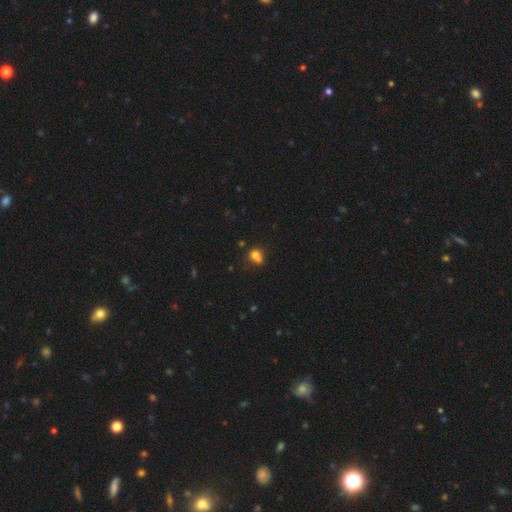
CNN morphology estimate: Smooth or featured? Predicted: smooth (p=0.73). How rounded? Predicted: in between (p=0.49). Merging? Predicted: none (p=0.37).